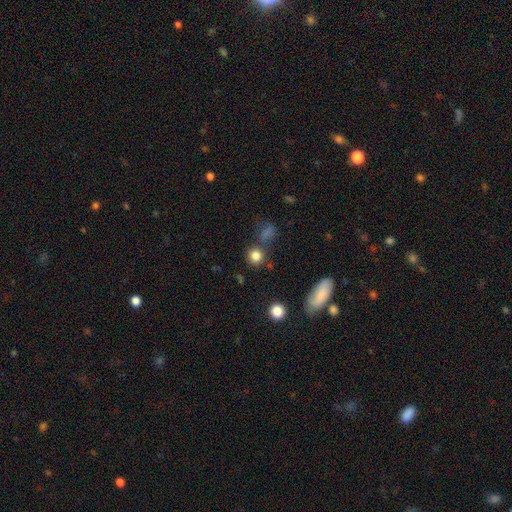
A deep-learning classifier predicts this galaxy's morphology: The model was most divided on "merging": none: 74%, minor disturbance: 11%, merger: 10%, major disturbance: 5%. More confident: how rounded — round (88%); smooth or featured — smooth (82%).